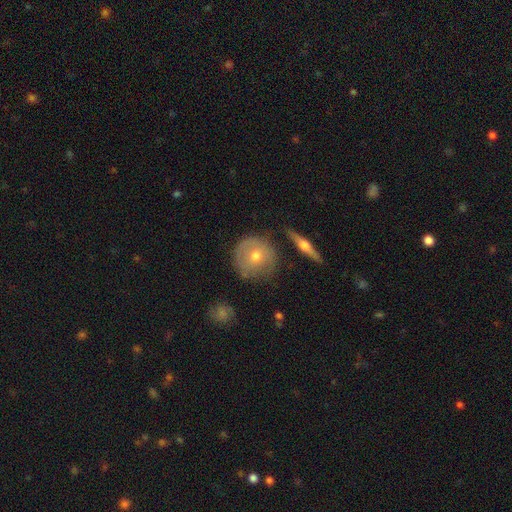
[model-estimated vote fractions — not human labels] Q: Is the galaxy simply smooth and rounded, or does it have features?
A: smooth — 49%.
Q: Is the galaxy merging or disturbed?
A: none — 72%.